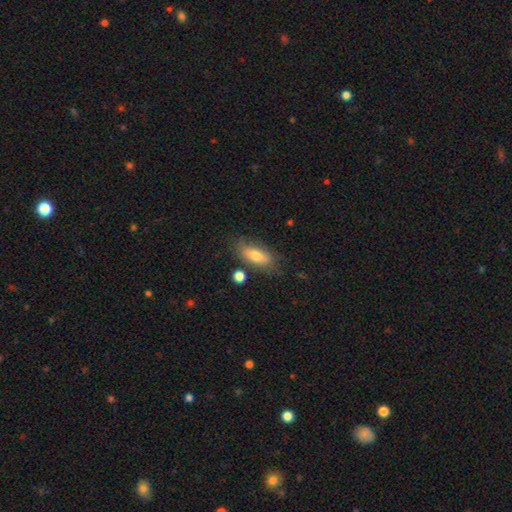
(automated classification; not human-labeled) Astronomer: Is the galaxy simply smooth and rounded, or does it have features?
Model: smooth — 71%.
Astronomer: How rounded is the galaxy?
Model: in between — 74%.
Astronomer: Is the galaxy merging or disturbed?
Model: none — 72%.